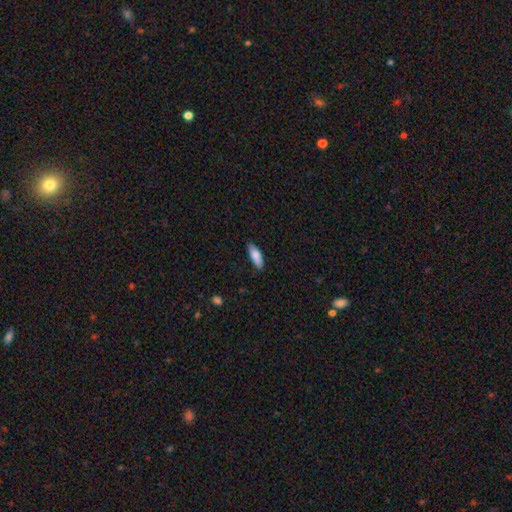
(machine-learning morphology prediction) Smooth or featured: smooth — 83% (featured or disk — 11%)
How rounded: in between — 65% (cigar-shaped — 33%)
Merging: none — 84% (minor disturbance — 13%)